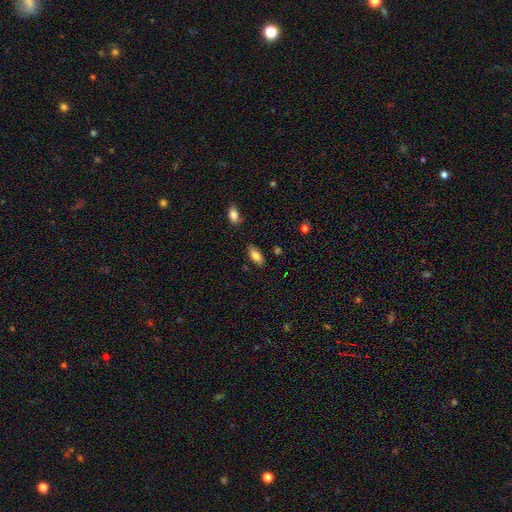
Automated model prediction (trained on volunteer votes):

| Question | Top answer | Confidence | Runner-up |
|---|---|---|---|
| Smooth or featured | smooth | 84% | featured or disk (9%) |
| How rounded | in between | 88% | cigar-shaped (10%) |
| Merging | none | 82% | minor disturbance (13%) |